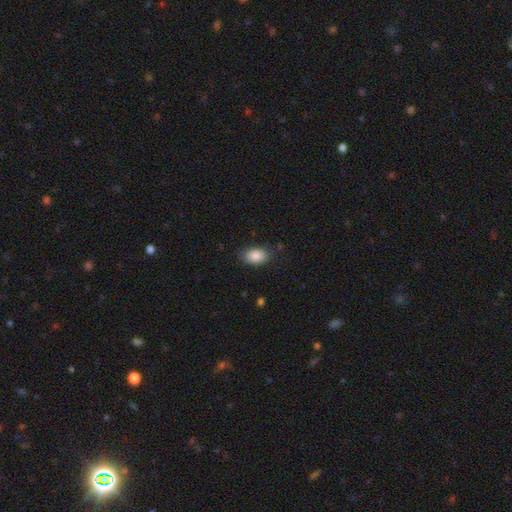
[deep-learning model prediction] A smooth galaxy with no disk features (88%) that is in between round and cigar-shaped (89%). Merging: none (80%).